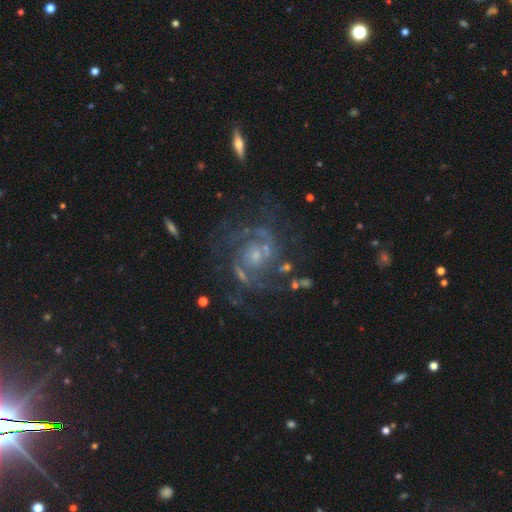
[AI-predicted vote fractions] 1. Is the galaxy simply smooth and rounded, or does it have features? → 87% featured or disk, 8% star or artifact, 5% smooth.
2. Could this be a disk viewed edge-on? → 98% no, 2% yes.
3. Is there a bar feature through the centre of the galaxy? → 67% no, 27% weak, 7% strong.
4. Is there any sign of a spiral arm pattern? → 95% yes, 5% no.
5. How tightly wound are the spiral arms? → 45% tight, 44% medium, 11% loose.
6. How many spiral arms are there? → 51% 2, 18% can't tell, 15% 3, 6% 4, 5% 1, 5% more than 4.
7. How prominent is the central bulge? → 62% small, 28% moderate, 6% none, 3% large, 1% dominant.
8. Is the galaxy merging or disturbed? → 66% none, 15% minor disturbance, 13% major disturbance, 5% merger.